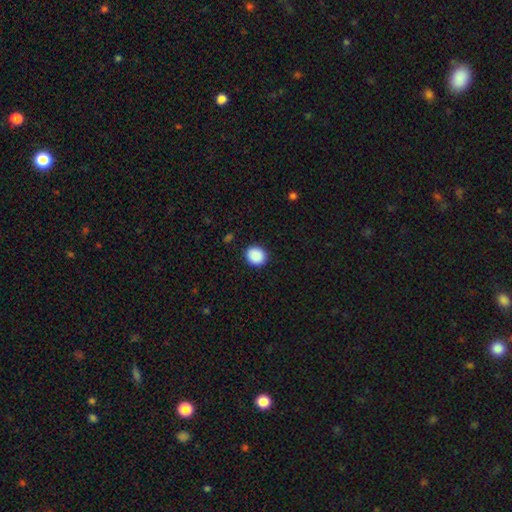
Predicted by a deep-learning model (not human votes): A smooth galaxy with no disk features (90%) that is round (78%).

Vote fractions:
- Smooth or featured? smooth: 90% / star or artifact: 8% / featured or disk: 2%
- How rounded? round: 78% / in between: 21% / cigar-shaped: 1%
- Merging? none: 91% / minor disturbance: 6% / major disturbance: 2% / merger: 1%